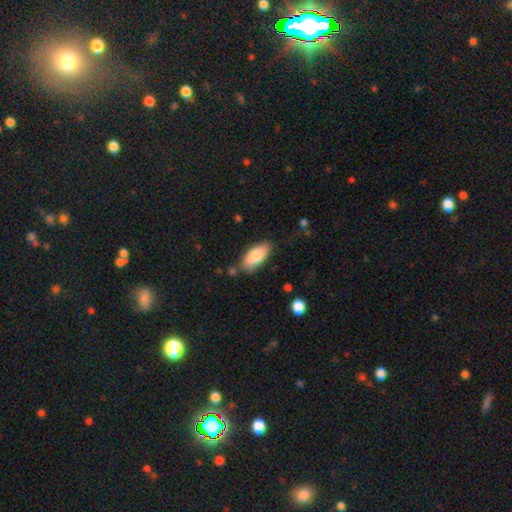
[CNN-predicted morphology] A smooth galaxy with no disk features (83%) that is in between round and cigar-shaped (85%). Merging: none (78%).